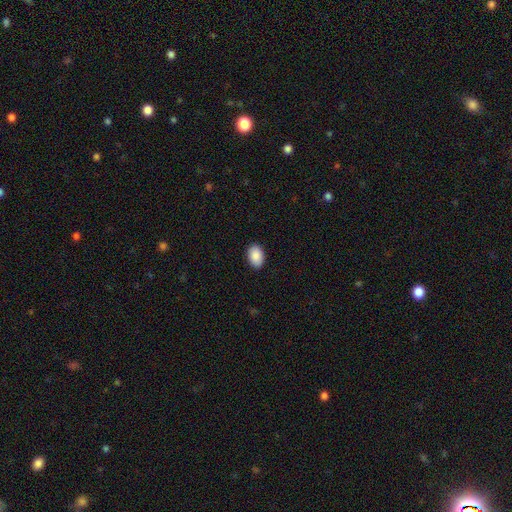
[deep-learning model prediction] Smooth or featured? smooth (89%)
How rounded? in between (88%)
Merging? none (89%)